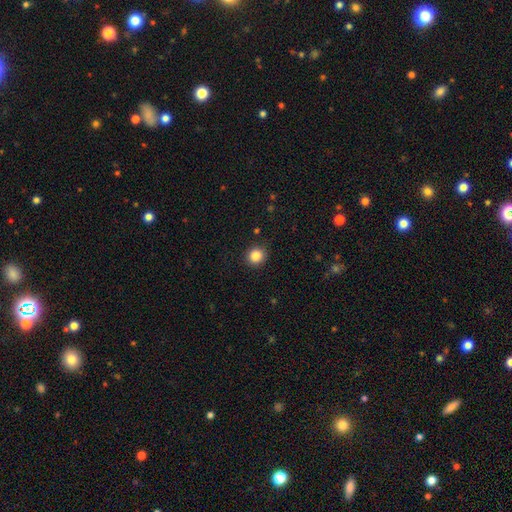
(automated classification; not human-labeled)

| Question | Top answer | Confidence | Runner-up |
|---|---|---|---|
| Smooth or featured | smooth | 86% | star or artifact (10%) |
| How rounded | round | 90% | in between (9%) |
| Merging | none | 90% | minor disturbance (7%) |